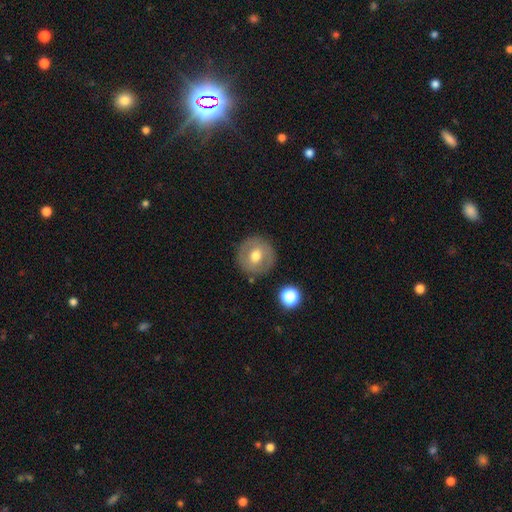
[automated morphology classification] This appears to be a smooth galaxy with no disk features (60%) that is round (93%). Merging: none (87%).